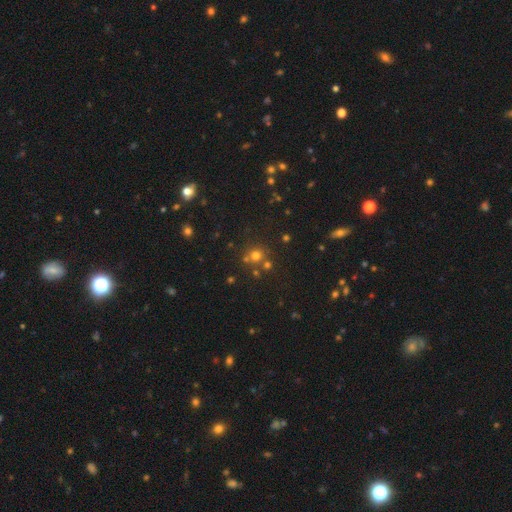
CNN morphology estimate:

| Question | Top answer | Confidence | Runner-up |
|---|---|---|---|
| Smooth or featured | smooth | 65% | star or artifact (26%) |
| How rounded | round | 89% | in between (10%) |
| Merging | none | 70% | merger (18%) |